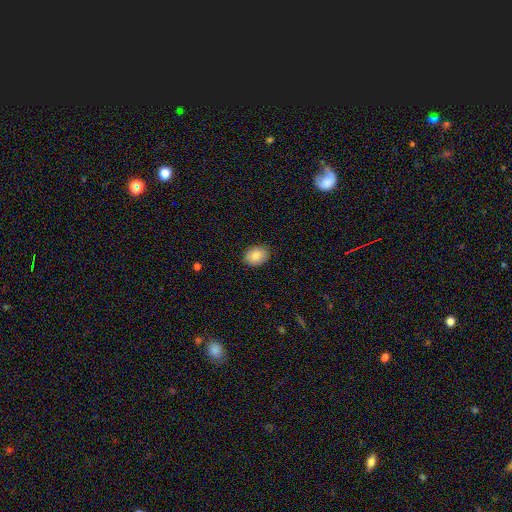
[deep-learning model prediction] Q: Smooth or featured?
A: smooth (85%); runner-up: featured or disk (8%)
Q: How rounded?
A: in between (72%); runner-up: round (27%)
Q: Merging?
A: none (86%); runner-up: minor disturbance (11%)